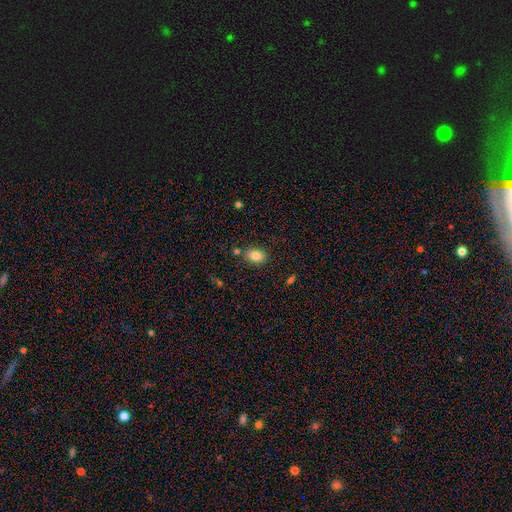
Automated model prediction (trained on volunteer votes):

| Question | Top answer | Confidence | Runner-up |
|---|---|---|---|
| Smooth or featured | smooth | 83% | star or artifact (9%) |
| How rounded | in between | 75% | round (24%) |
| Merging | none | 80% | minor disturbance (12%) |